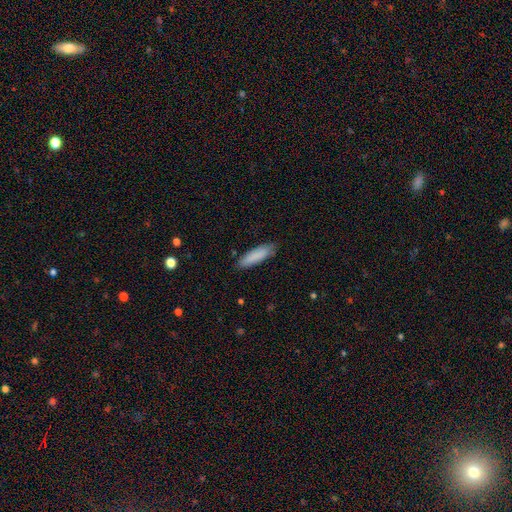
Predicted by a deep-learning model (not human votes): Overall: smooth (86%). How rounded: cigar-shaped (65%; in between 34%). Merging: none (85%).